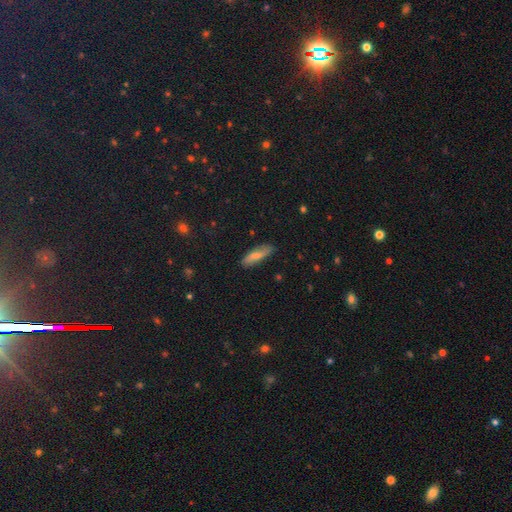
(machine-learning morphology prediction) Smooth or featured? smooth (71%)
How rounded? cigar-shaped (58%)
Merging? none (80%)